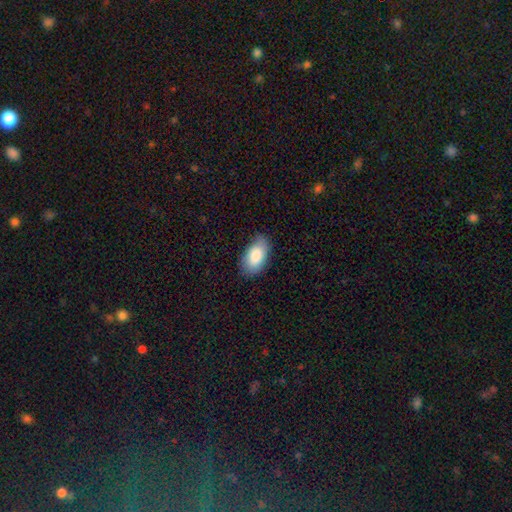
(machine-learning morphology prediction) A smooth galaxy with no disk features (86%) that is in between round and cigar-shaped (95%).

Vote fractions:
- Smooth or featured? smooth: 86% / featured or disk: 8% / star or artifact: 6%
- How rounded? in between: 95% / round: 3% / cigar-shaped: 2%
- Merging? none: 80% / minor disturbance: 16% / major disturbance: 3% / merger: 1%